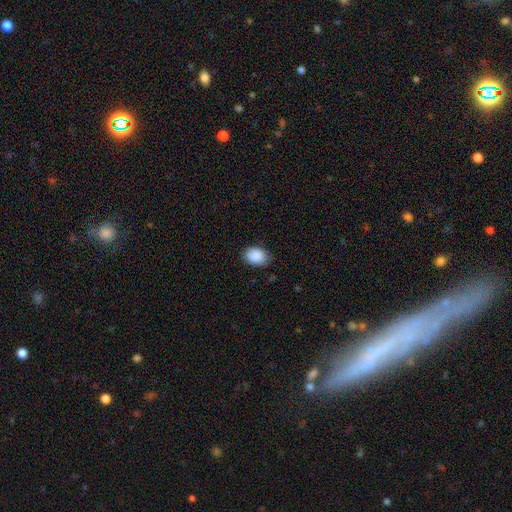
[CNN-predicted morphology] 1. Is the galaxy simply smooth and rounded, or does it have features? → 90% smooth, 7% star or artifact, 3% featured or disk.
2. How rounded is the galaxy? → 76% in between, 23% round, 1% cigar-shaped.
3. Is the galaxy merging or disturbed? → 82% none, 15% minor disturbance, 3% major disturbance, 1% merger.